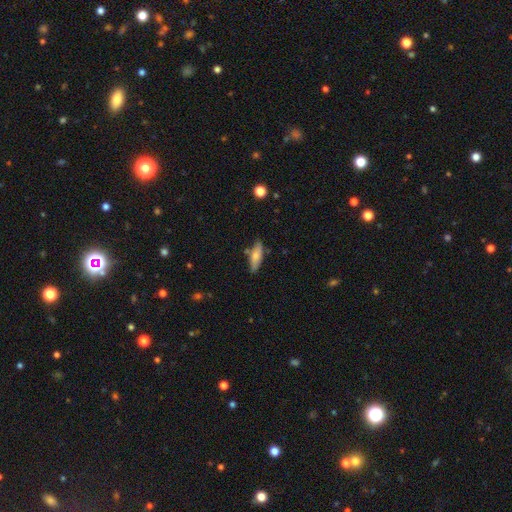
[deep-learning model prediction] Smooth or featured: smooth — 68% (featured or disk — 26%)
How rounded: in between — 50% (cigar-shaped — 47%)
Merging: none — 75% (minor disturbance — 17%)